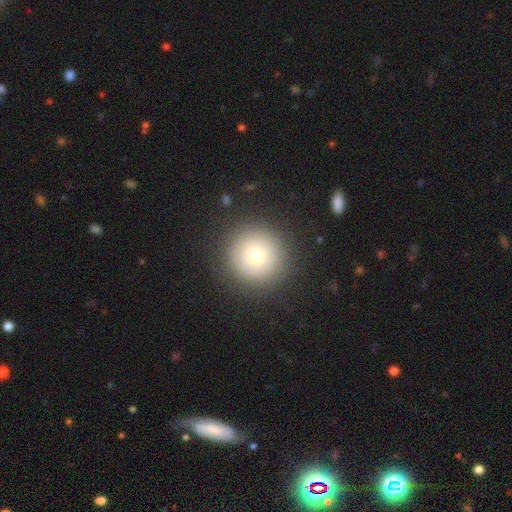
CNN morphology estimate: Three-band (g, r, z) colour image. It shows a smooth galaxy with no disk features (71%) that is round (96%). Merging: none (89%).